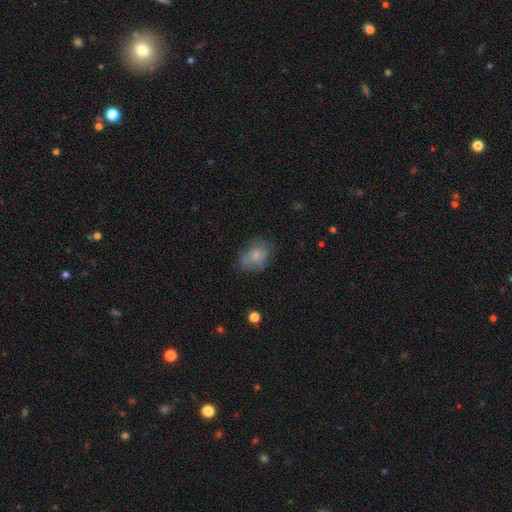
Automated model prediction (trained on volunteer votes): This appears to be a smooth galaxy with no disk features (76%) that is in between round and cigar-shaped (69%). Merging: none (63%).